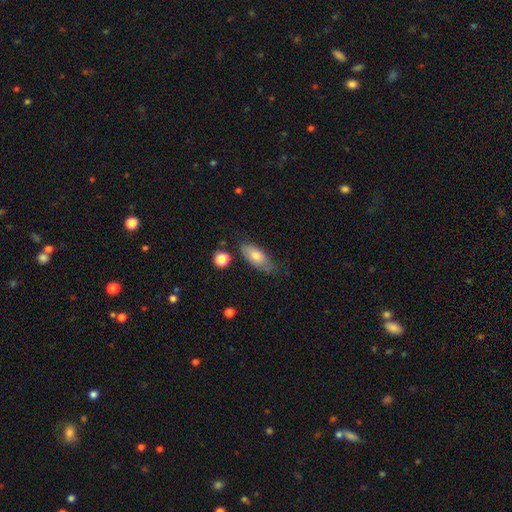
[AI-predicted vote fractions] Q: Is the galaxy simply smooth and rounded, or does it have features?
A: smooth — 73%.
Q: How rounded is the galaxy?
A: in between — 84%.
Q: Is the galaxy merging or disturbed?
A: none — 64%.